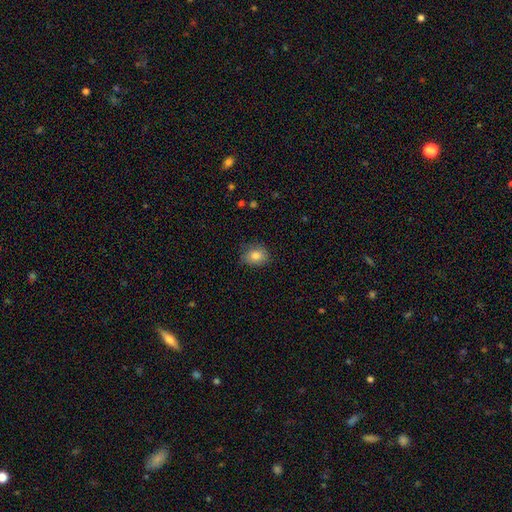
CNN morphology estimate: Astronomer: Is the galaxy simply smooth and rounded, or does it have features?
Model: smooth — 83%.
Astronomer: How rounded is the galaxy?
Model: round — 55% (runner-up: in between, 44%).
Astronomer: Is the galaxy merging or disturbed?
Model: none — 78%.